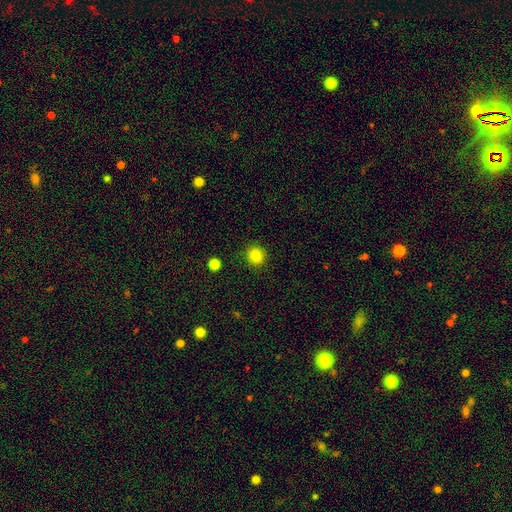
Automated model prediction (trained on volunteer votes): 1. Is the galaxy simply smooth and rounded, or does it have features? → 87% smooth, 11% star or artifact, 3% featured or disk.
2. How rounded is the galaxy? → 89% round, 10% in between, 1% cigar-shaped.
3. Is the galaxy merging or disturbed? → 90% none, 6% minor disturbance, 2% major disturbance, 1% merger.